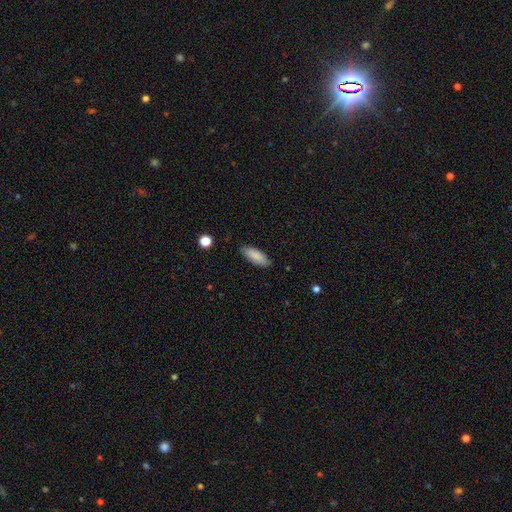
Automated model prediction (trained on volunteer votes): A smooth galaxy with no disk features (88%) that is in between round and cigar-shaped (67%).

Vote fractions:
- Smooth or featured? smooth: 88% / star or artifact: 6% / featured or disk: 6%
- How rounded? in between: 67% / cigar-shaped: 32% / round: 2%
- Merging? none: 86% / minor disturbance: 11% / major disturbance: 2% / merger: 1%